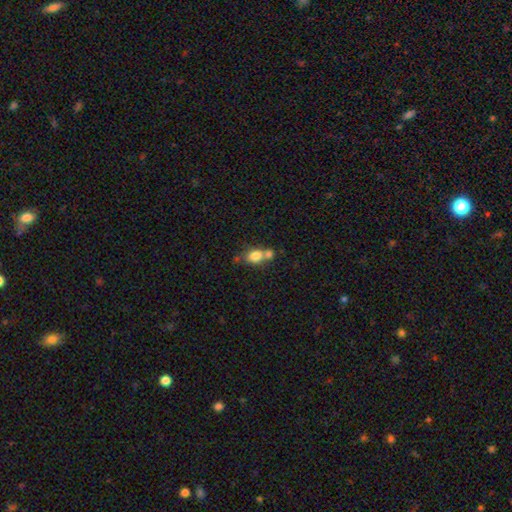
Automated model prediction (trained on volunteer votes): Morphology: type=smooth (78%); roundness=in between (58%); merging=merger (50%).